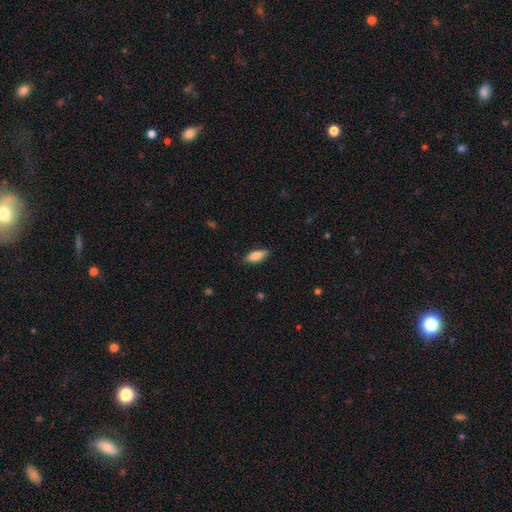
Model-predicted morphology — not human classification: Smooth or featured? smooth (77%)
How rounded? in between (69%)
Merging? none (86%)